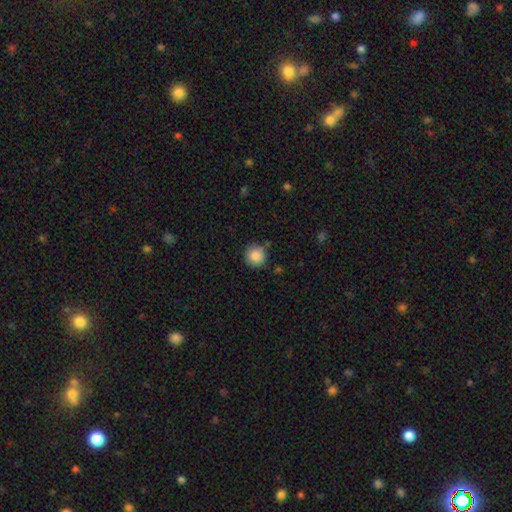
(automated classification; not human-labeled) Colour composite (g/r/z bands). It shows a smooth galaxy with no disk features (87%) that is round (94%). Merging: none (84%).